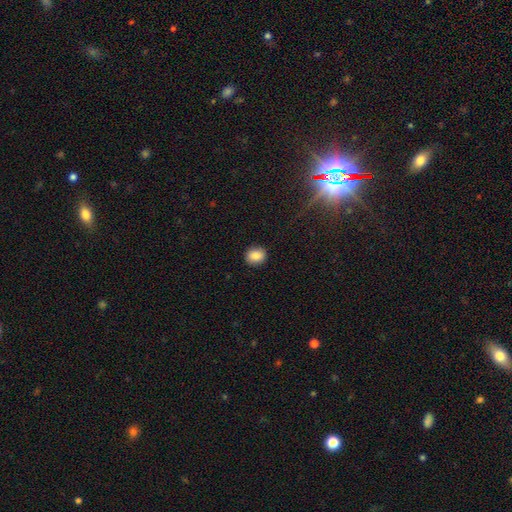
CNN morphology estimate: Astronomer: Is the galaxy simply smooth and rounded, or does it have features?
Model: smooth — 85%.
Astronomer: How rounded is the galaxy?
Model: round — 76%.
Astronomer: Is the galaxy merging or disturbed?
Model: none — 89%.